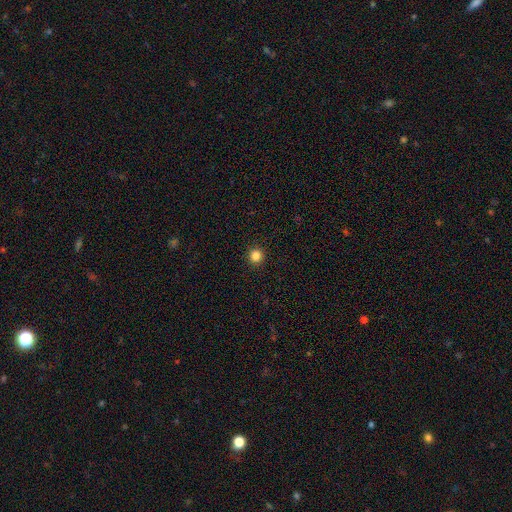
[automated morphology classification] The model was most divided on "smooth or featured": smooth: 85%, star or artifact: 12%, featured or disk: 3%. More confident: merging — none (93%); how rounded — round (92%).